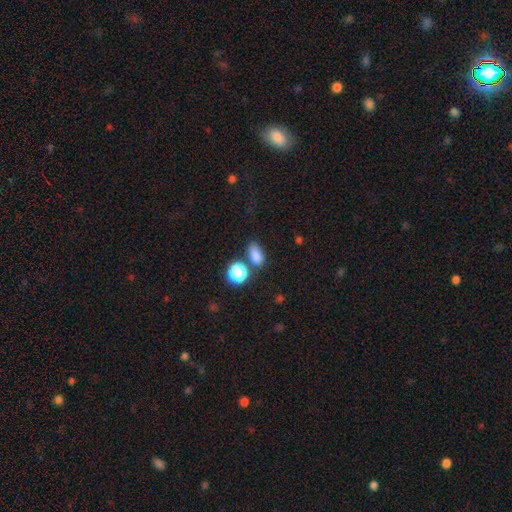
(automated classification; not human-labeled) This is likely a smooth galaxy (80%). How rounded: likely in between (79%). Merging: likely none (69%).